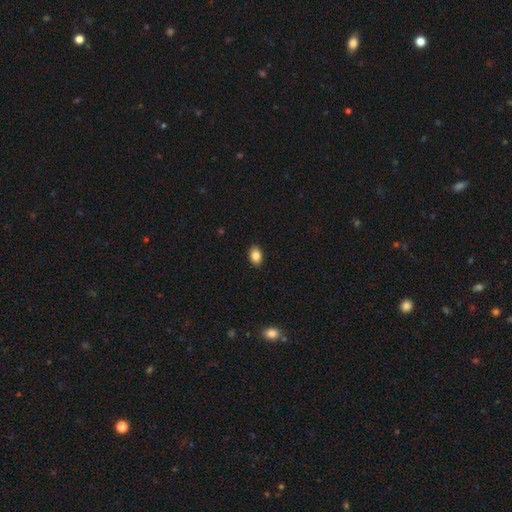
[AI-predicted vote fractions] Smooth or featured: smooth — 87% (star or artifact — 8%)
How rounded: in between — 83% (round — 16%)
Merging: none — 90% (minor disturbance — 7%)